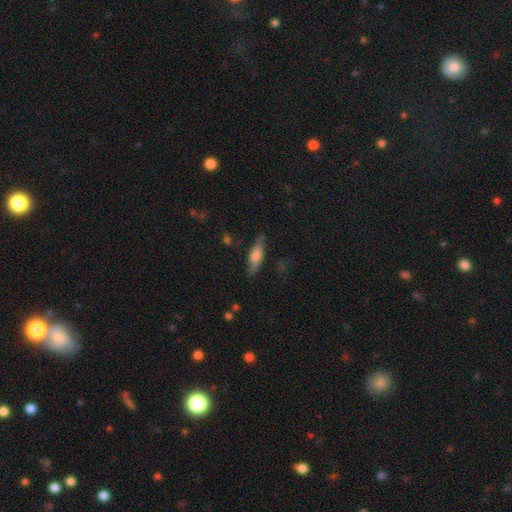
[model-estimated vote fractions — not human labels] The model was most divided on "how rounded": cigar-shaped: 58%, in between: 39%, round: 3%. More confident: merging — none (80%); smooth or featured — smooth (58%).